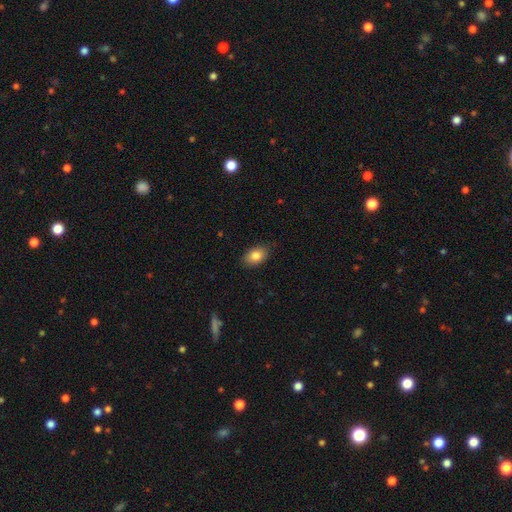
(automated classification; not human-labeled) Overall: smooth (83%). How rounded: in between (83%). Merging: none (83%).